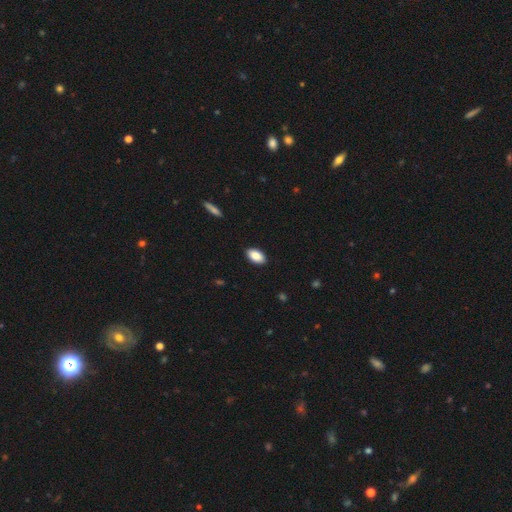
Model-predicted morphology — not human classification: A smooth galaxy with no disk features (88%) that is in between round and cigar-shaped (94%).

Vote fractions:
- Smooth or featured? smooth: 88% / star or artifact: 7% / featured or disk: 5%
- How rounded? in between: 94% / round: 4% / cigar-shaped: 2%
- Merging? none: 89% / minor disturbance: 8% / major disturbance: 2% / merger: 1%